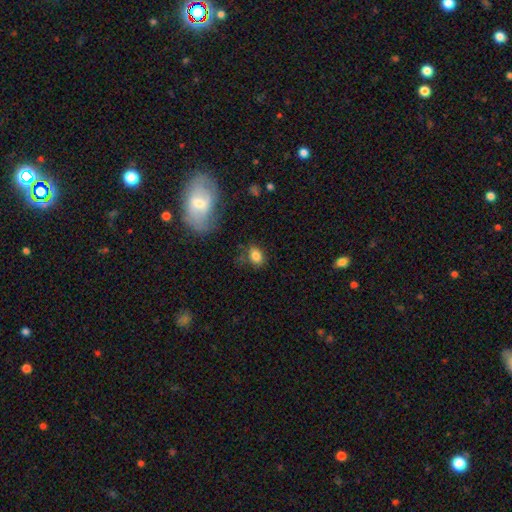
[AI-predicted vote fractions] smooth-or-featured: smooth: 82% | star or artifact: 10% | featured or disk: 8%
  how-rounded: in between: 71% | round: 28% | cigar-shaped: 2%
  merging: none: 67% | minor disturbance: 21% | major disturbance: 8% | merger: 3%